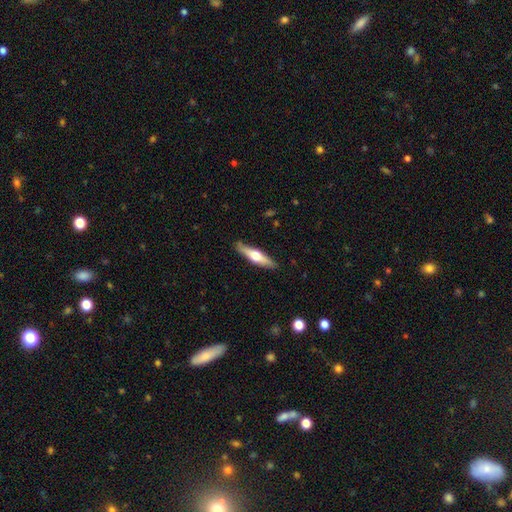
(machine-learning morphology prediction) type=featured or disk (56%); edge-on=yes (94%); edge-on bulge=rounded (94%); merging=none (89%).